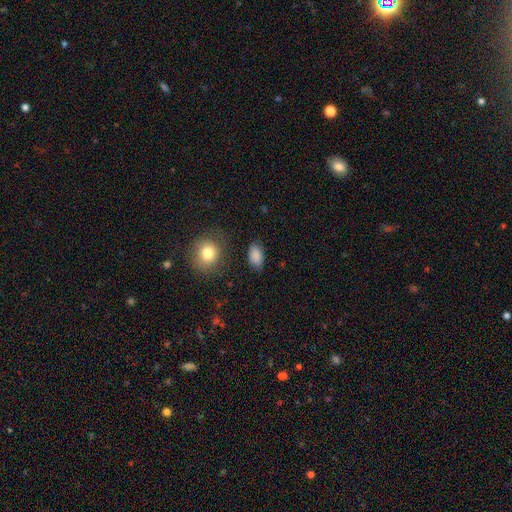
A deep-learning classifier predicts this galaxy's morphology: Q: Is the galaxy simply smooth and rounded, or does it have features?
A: smooth — 87%.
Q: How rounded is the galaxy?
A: in between — 90%.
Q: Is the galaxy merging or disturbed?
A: none — 81%.